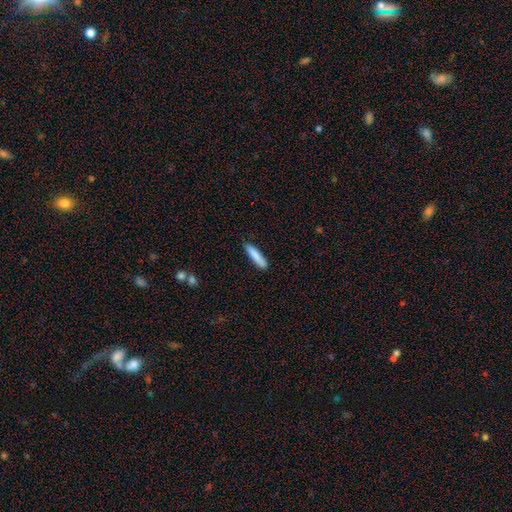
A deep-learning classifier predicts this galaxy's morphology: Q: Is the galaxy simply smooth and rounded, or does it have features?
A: smooth — 84%.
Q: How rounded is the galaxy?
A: cigar-shaped — 87%.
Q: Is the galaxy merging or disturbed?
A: none — 84%.